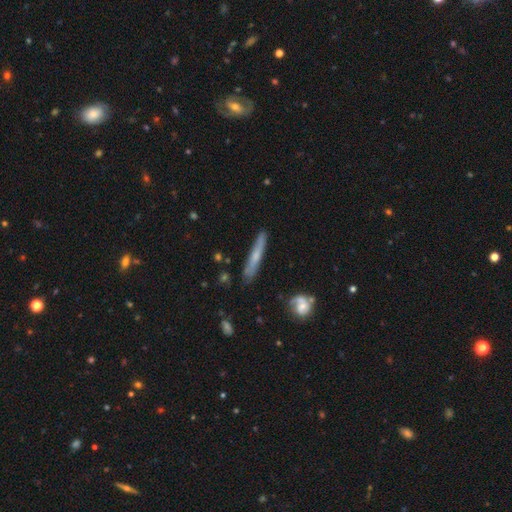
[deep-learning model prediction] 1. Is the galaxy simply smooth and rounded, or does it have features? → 53% smooth, 40% featured or disk, 7% star or artifact.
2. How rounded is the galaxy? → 93% cigar-shaped, 5% in between, 2% round.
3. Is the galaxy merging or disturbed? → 82% none, 14% minor disturbance, 2% major disturbance, 2% merger.